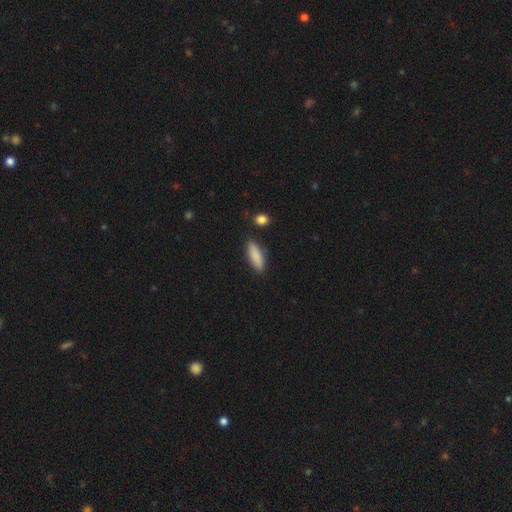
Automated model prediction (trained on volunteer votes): Overall: smooth (86%). How rounded: in between (53%; cigar-shaped 45%). Merging: none (84%).